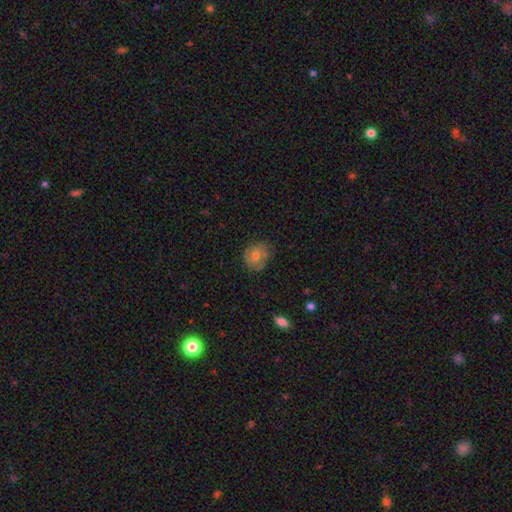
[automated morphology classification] A smooth galaxy with no disk features (57%) that is round (68%).

Vote fractions:
- Smooth or featured? smooth: 57% / featured or disk: 34% / star or artifact: 10%
- How rounded? round: 68% / in between: 31% / cigar-shaped: 1%
- Merging? none: 63% / minor disturbance: 26% / major disturbance: 8% / merger: 3%